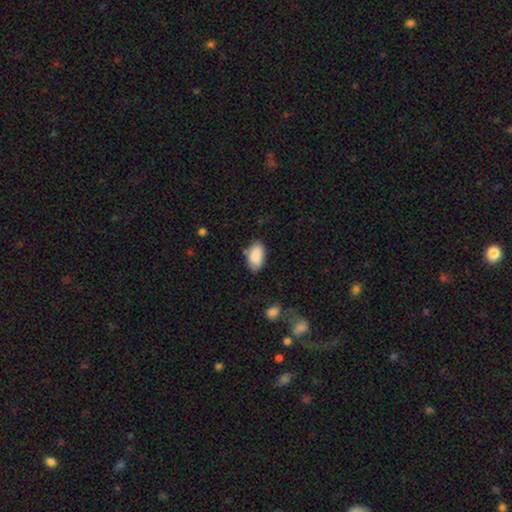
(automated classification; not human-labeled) A smooth galaxy with no disk features (89%) that is in between round and cigar-shaped (94%). Merging: none (75%).